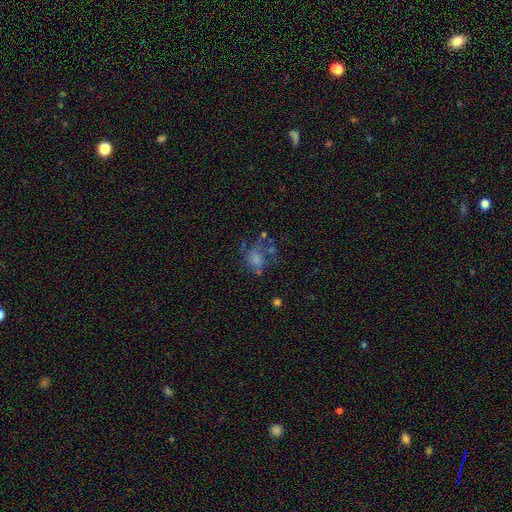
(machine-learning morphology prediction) Smooth or featured?
  - smooth: 53% *
  - featured or disk: 30%
  - star or artifact: 17%
How rounded?
  - in between: 51% *
  - round: 47%
  - cigar-shaped: 2%
Merging?
  - none: 34% *
  - major disturbance: 32%
  - minor disturbance: 20%
  - merger: 14%